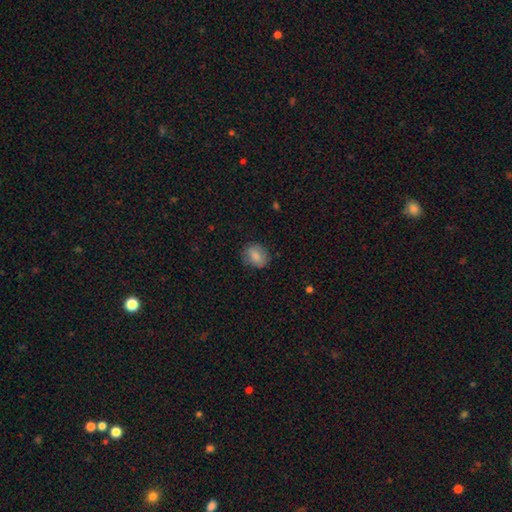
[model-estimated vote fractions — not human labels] This is clearly a smooth galaxy (82%). How rounded: possibly round (55%). Merging: likely none (80%).